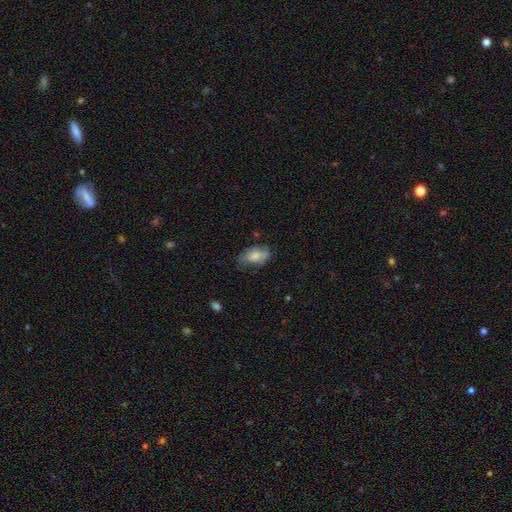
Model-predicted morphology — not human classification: Smooth or featured: smooth — 77% (featured or disk — 16%)
How rounded: in between — 91% (round — 6%)
Merging: none — 56% (minor disturbance — 32%)